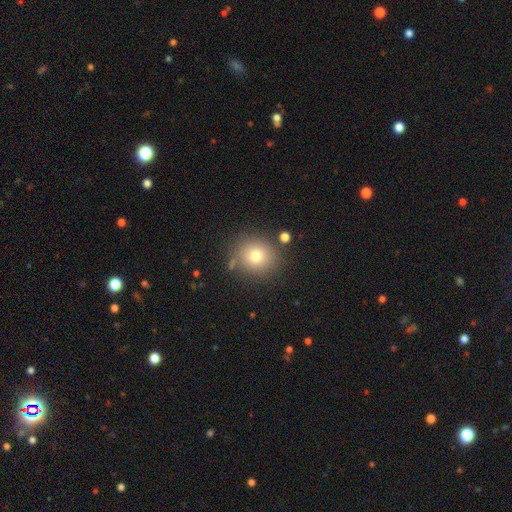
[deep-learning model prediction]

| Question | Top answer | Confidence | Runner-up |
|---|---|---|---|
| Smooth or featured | smooth | 75% | star or artifact (14%) |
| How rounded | round | 84% | in between (15%) |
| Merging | none | 81% | minor disturbance (10%) |